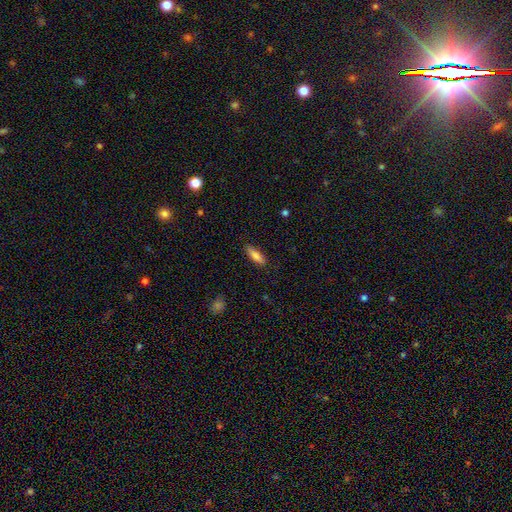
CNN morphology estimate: A smooth galaxy with no disk features (82%) that is in between round and cigar-shaped (49%, tied with cigar-shaped). Merging: none (87%).